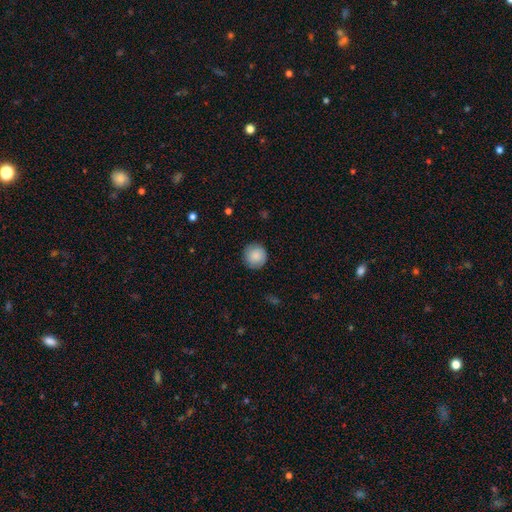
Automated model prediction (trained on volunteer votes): smooth-or-featured: smooth: 83% | featured or disk: 10% | star or artifact: 7%
  how-rounded: round: 93% | in between: 6% | cigar-shaped: 1%
  merging: none: 87% | minor disturbance: 10% | major disturbance: 3% | merger: 1%